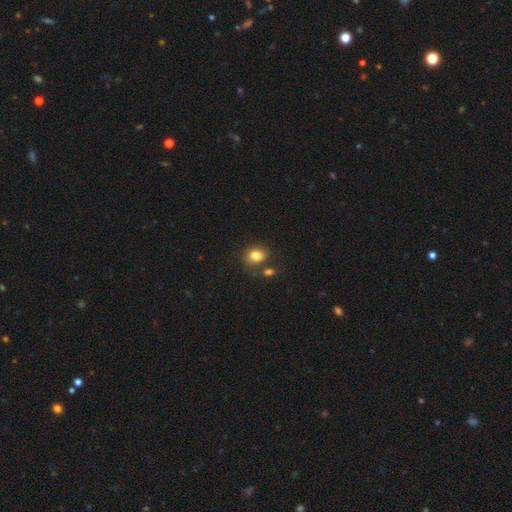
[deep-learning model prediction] smooth_or_featured: smooth (p=0.82) [alt: star or artifact p=0.11]
how_rounded: round (p=0.63) [alt: in between p=0.36]
merging: none (p=0.66) [alt: merger p=0.15]